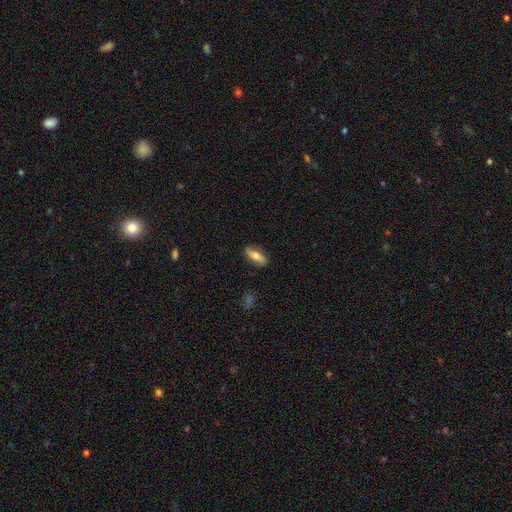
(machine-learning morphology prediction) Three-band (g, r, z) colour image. It shows a smooth galaxy with no disk features (65%) that is in between round and cigar-shaped (77%). Merging: none (84%).